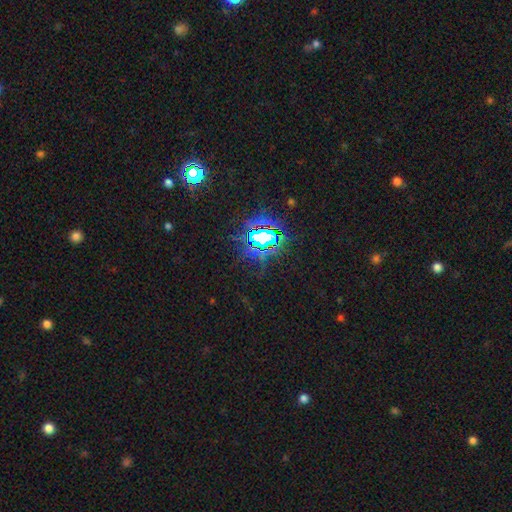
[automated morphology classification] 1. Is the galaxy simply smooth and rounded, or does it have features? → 83% star or artifact, 10% smooth, 7% featured or disk.